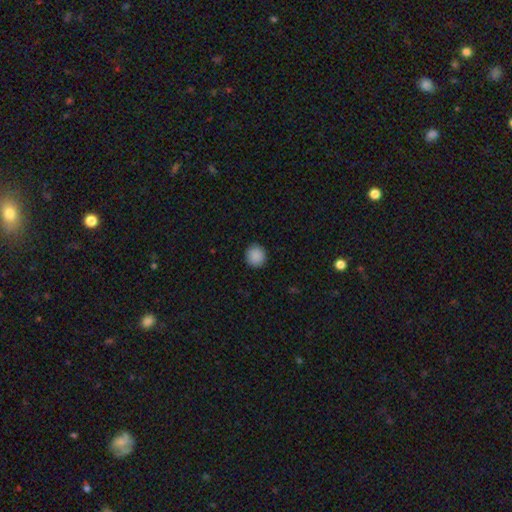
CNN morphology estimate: smooth 89%, star or artifact 8%, featured or disk 2%. Down the decision tree: how rounded — round (92%); merging — none (92%).